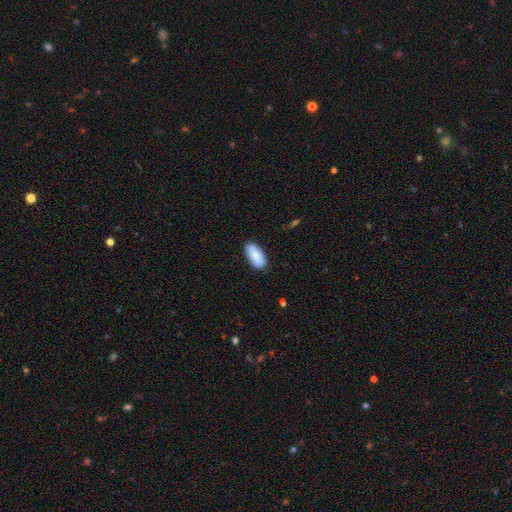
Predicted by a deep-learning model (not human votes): Smooth or featured: smooth — 89% (star or artifact — 6%)
How rounded: in between — 89% (cigar-shaped — 9%)
Merging: none — 86% (minor disturbance — 11%)